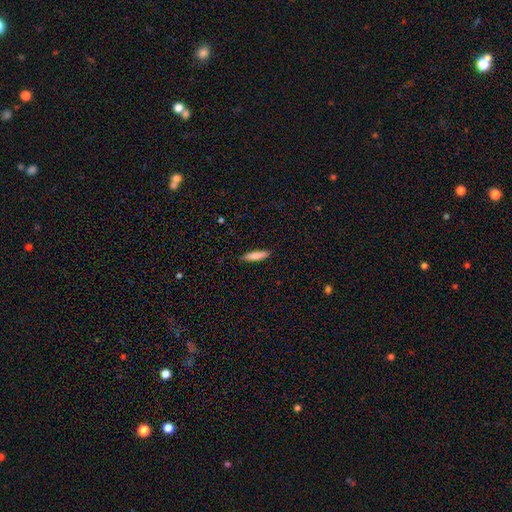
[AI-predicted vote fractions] Smooth or featured: smooth — 83% (featured or disk — 11%)
How rounded: cigar-shaped — 77% (in between — 21%)
Merging: none — 87% (minor disturbance — 10%)